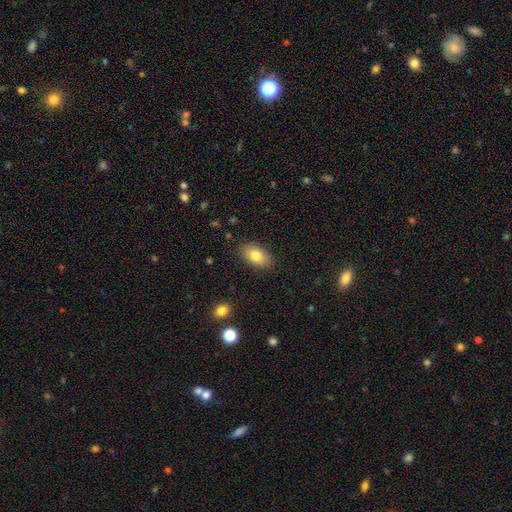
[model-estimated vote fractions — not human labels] This appears to be a smooth galaxy with no disk features (80%) that is in between round and cigar-shaped (91%). Merging: none (86%).